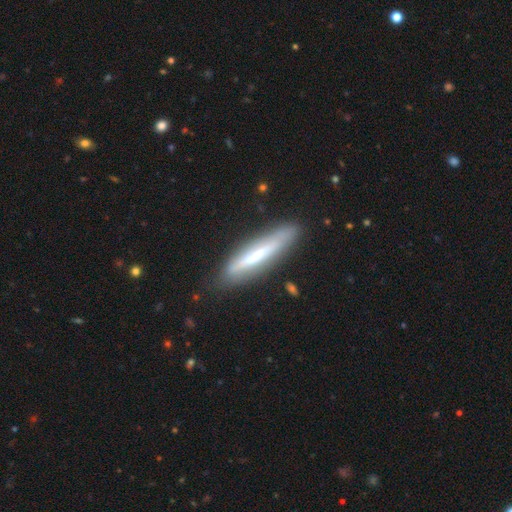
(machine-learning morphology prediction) A featured or disk galaxy (53%) viewed edge-on (76%).

Vote fractions:
- Smooth or featured? featured or disk: 53% / smooth: 40% / star or artifact: 7%
- Edge-on disk? yes: 76% / no: 24%
- Merging? none: 80% / minor disturbance: 14% / major disturbance: 4% / merger: 2%